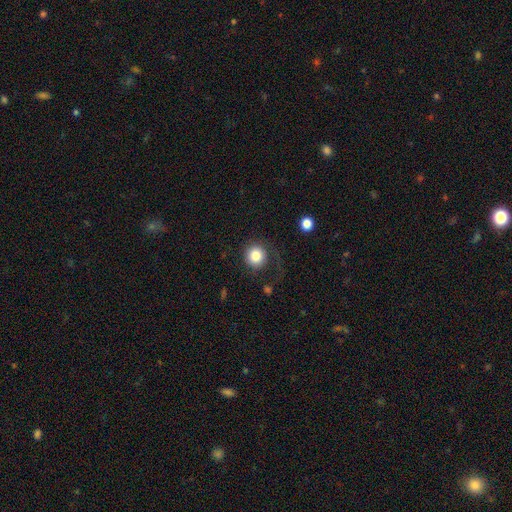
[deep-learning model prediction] Smooth or featured? Predicted: smooth (p=0.82). How rounded? Predicted: round (p=0.92). Merging? Predicted: none (p=0.71).